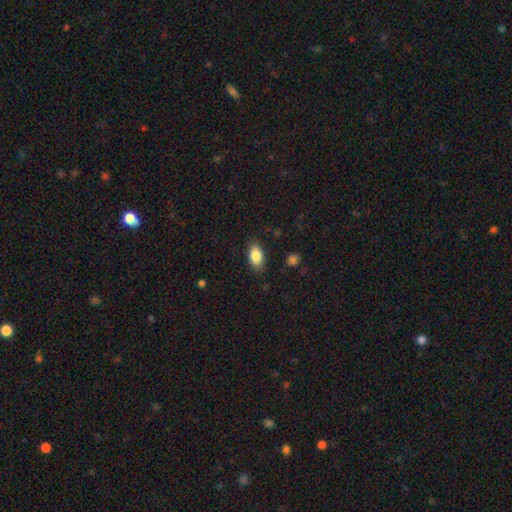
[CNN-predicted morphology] smooth-or-featured: smooth: 86% | star or artifact: 7% | featured or disk: 7%
  how-rounded: in between: 90% | round: 7% | cigar-shaped: 3%
  merging: none: 85% | minor disturbance: 11% | major disturbance: 3% | merger: 1%